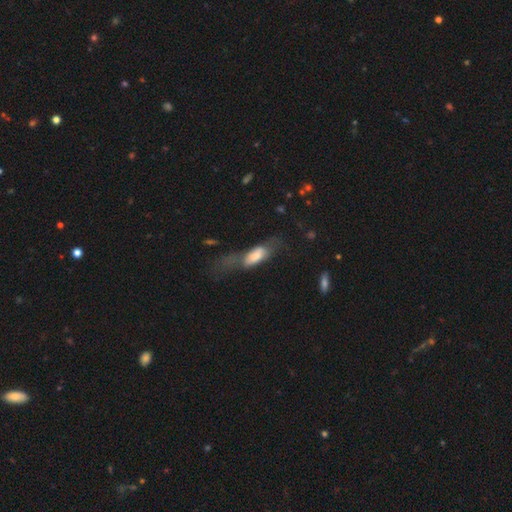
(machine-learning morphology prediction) A smooth galaxy with no disk features (64%) that is in between round and cigar-shaped (63%). Merging: major disturbance (43%).